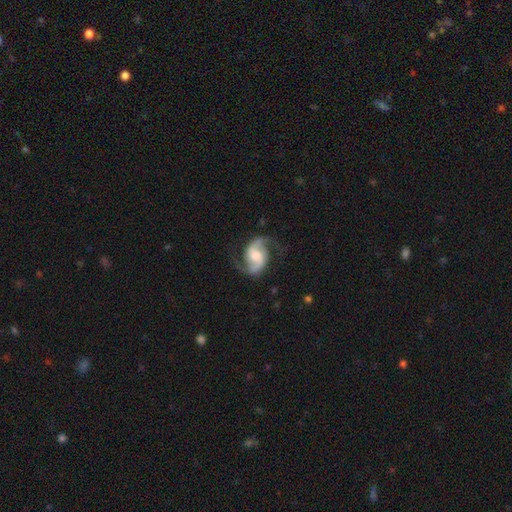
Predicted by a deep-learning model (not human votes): featured or disk 88%, smooth 7%, star or artifact 5%. Down the decision tree: edge-on disk — no (98%); bar — no (44%); spiral arms — yes (97%); spiral arm count — 2 (94%); spiral winding — medium (46%); bulge size — moderate (39%); merging — none (73%).